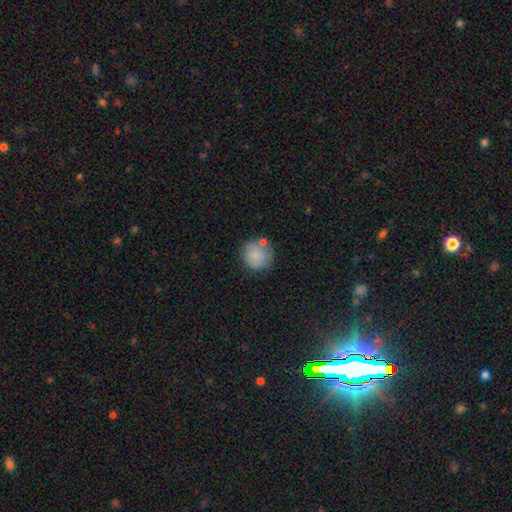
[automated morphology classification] smooth-or-featured: smooth: 82% | featured or disk: 11% | star or artifact: 7%
  how-rounded: round: 91% | in between: 8% | cigar-shaped: 1%
  merging: none: 67% | minor disturbance: 17% | merger: 11% | major disturbance: 5%